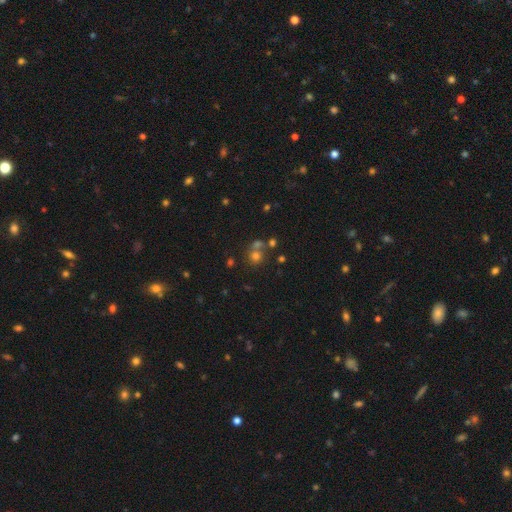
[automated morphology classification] Overall: smooth (65%). How rounded: round (87%). Merging: none (56%; merger 31%).